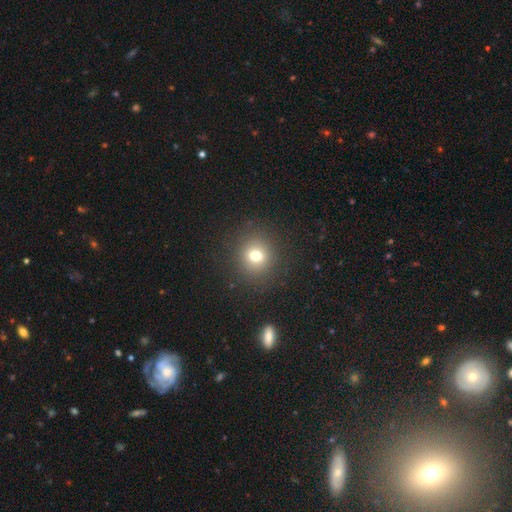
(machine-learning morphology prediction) The model was most divided on "smooth or featured": smooth: 73%, star or artifact: 16%, featured or disk: 11%. More confident: merging — none (88%); how rounded — round (85%).